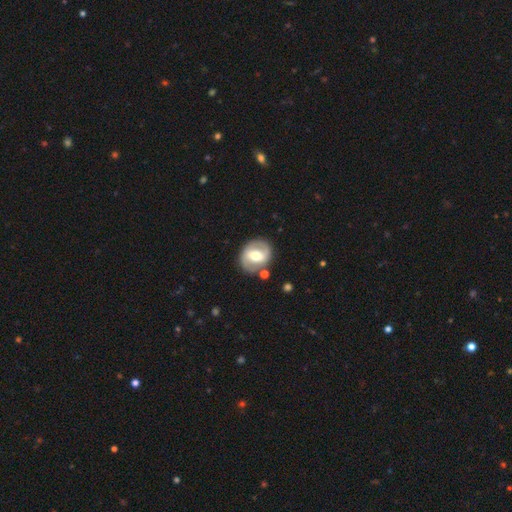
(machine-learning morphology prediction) A featured or disk galaxy (68%) with a weak bar (42%), spiral arms (73%) and a moderate central bulge (70%).

Vote fractions:
- Smooth or featured? featured or disk: 68% / smooth: 26% / star or artifact: 6%
- Edge-on disk? no: 97% / yes: 3%
- Bar? weak: 42% / strong: 37% / no: 21%
- Spiral arms? yes: 73% / no: 27%
- Bulge size? moderate: 70% / small: 15% / large: 13% / dominant: 1% / none: 1%
- Merging? none: 81% / minor disturbance: 11% / major disturbance: 4% / merger: 4%